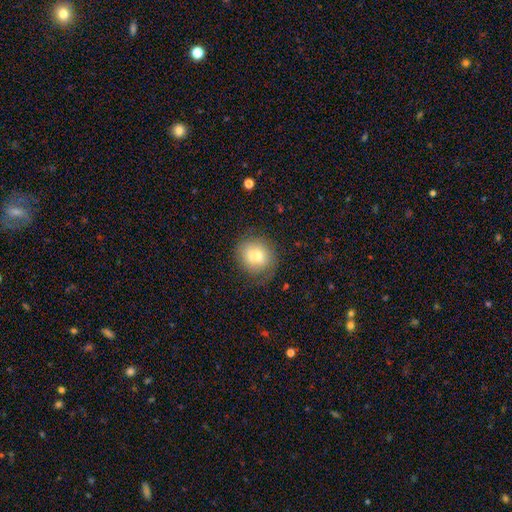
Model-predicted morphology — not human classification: Smooth or featured? smooth (77%)
How rounded? round (76%)
Merging? none (70%)